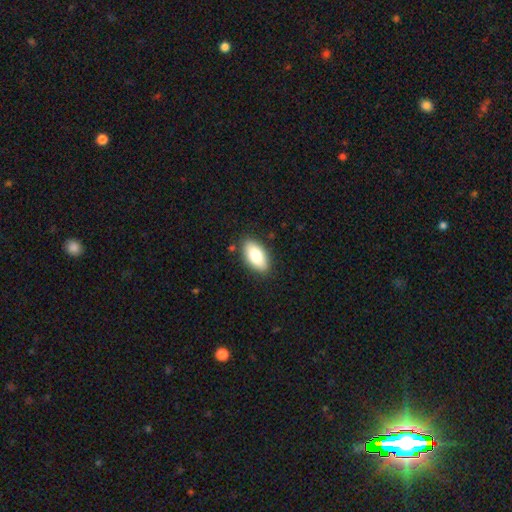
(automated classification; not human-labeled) A smooth galaxy with no disk features (81%) that is in between round and cigar-shaped (91%).

Vote fractions:
- Smooth or featured? smooth: 81% / featured or disk: 12% / star or artifact: 6%
- How rounded? in between: 91% / cigar-shaped: 6% / round: 3%
- Merging? none: 86% / minor disturbance: 10% / major disturbance: 2% / merger: 1%